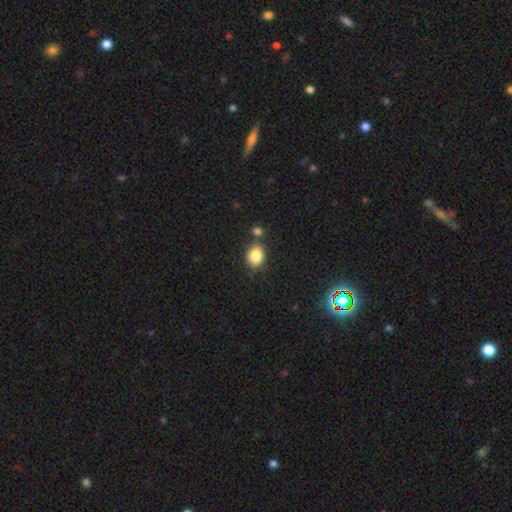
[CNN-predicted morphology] This is clearly a smooth galaxy (84%). How rounded: likely in between (60%). Merging: likely none (73%).